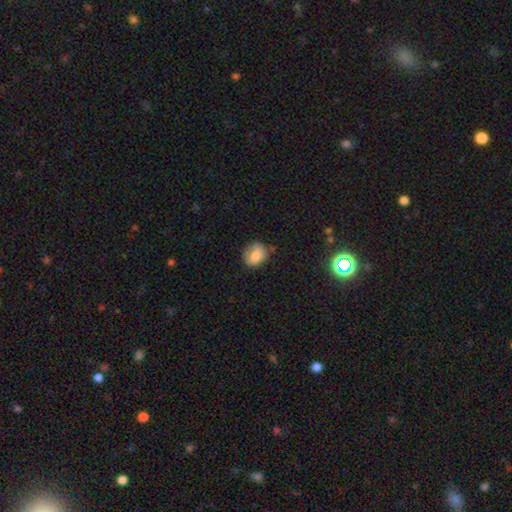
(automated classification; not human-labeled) Smooth or featured: smooth — 77% (featured or disk — 14%)
How rounded: round — 61% (in between — 38%)
Merging: none — 65% (minor disturbance — 25%)